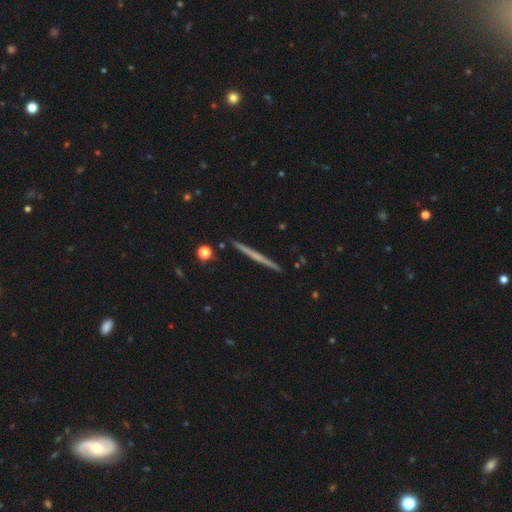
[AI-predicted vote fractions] Smooth or featured?
  - featured or disk: 61% *
  - smooth: 34%
  - star or artifact: 6%
Edge-on disk?
  - yes: 98% *
  - no: 2%
Edge-on bulge?
  - none: 80% *
  - rounded: 15%
  - boxy: 4%
Merging?
  - none: 92% *
  - minor disturbance: 5%
  - merger: 1%
  - major disturbance: 1%